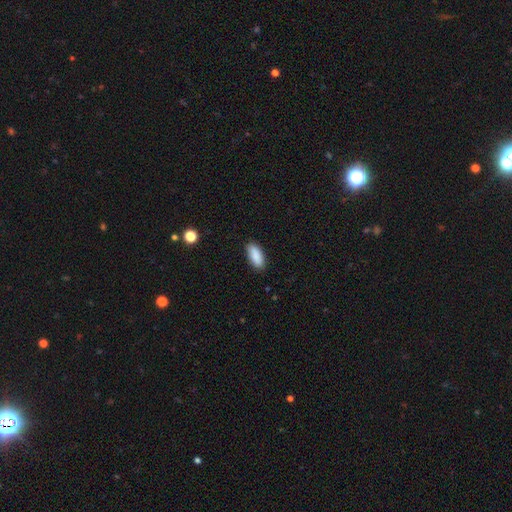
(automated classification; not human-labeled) smooth-or-featured: smooth: 90% | star or artifact: 6% | featured or disk: 4%
  how-rounded: in between: 83% | cigar-shaped: 15% | round: 2%
  merging: none: 88% | minor disturbance: 9% | major disturbance: 2% | merger: 1%